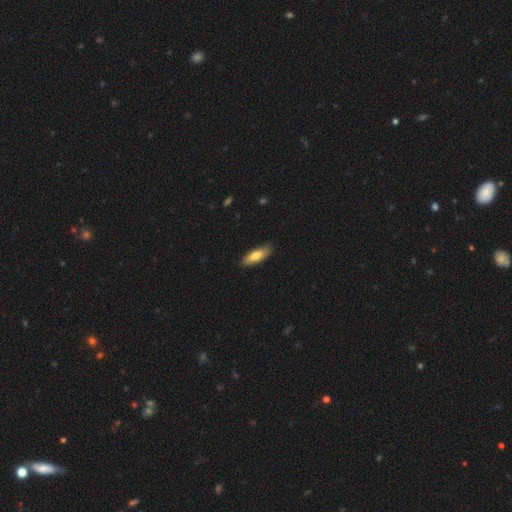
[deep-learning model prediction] Overall: smooth (77%). How rounded: in between (63%; cigar-shaped 35%). Merging: none (85%).